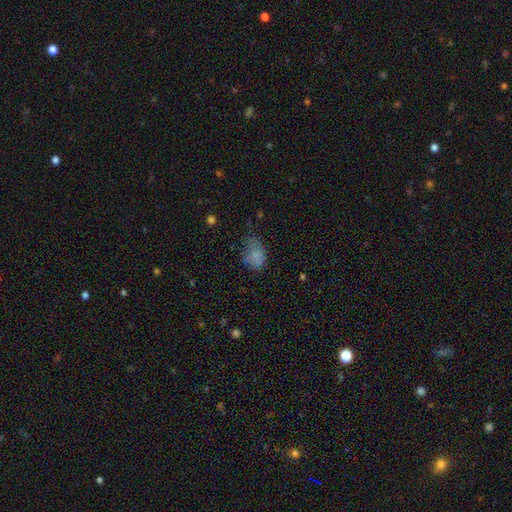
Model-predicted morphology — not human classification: The model was most divided on "merging": none: 40%, minor disturbance: 33%, major disturbance: 23%, merger: 4%. More confident: how rounded — in between (82%); smooth or featured — smooth (71%).